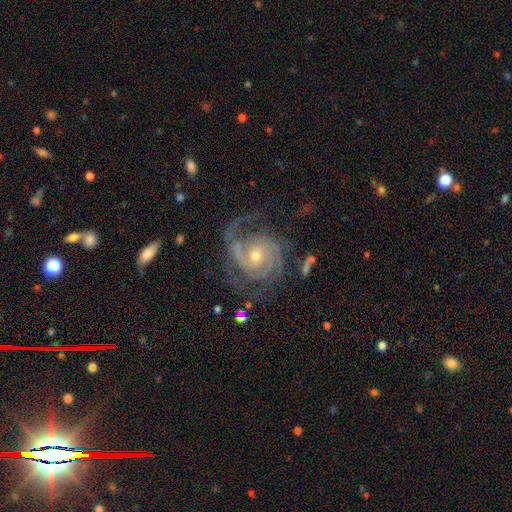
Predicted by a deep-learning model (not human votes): A featured or disk galaxy (92%) with no bar (63%), 2 (64%) tight (52%) spiral arms (98%) and a moderate central bulge (49%).

Vote fractions:
- Smooth or featured? featured or disk: 92% / star or artifact: 5% / smooth: 3%
- Edge-on disk? no: 98% / yes: 2%
- Bar? no: 63% / weak: 28% / strong: 9%
- Spiral arms? yes: 98% / no: 2%
- Spiral winding? tight: 52% / medium: 39% / loose: 9%
- Spiral arm count? 2: 64% / 3: 15% / can't tell: 8% / 1: 5% / 4: 4% / more than 4: 4%
- Bulge size? moderate: 49% / small: 47% / large: 2% / none: 1% / dominant: 1%
- Merging? none: 70% / minor disturbance: 16% / major disturbance: 12% / merger: 2%